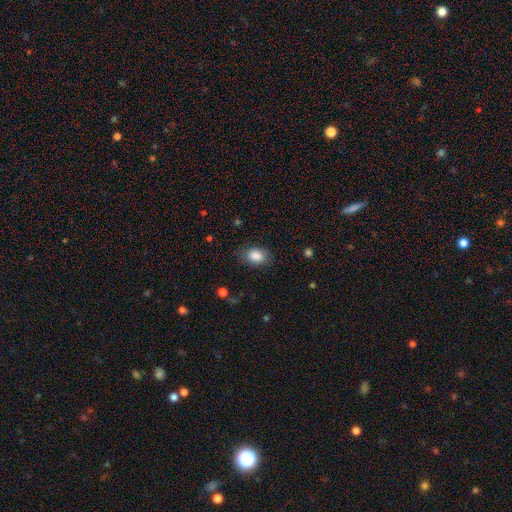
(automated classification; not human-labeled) Q: Smooth or featured?
A: smooth (86%); runner-up: star or artifact (8%)
Q: How rounded?
A: in between (81%); runner-up: round (17%)
Q: Merging?
A: none (79%); runner-up: minor disturbance (15%)